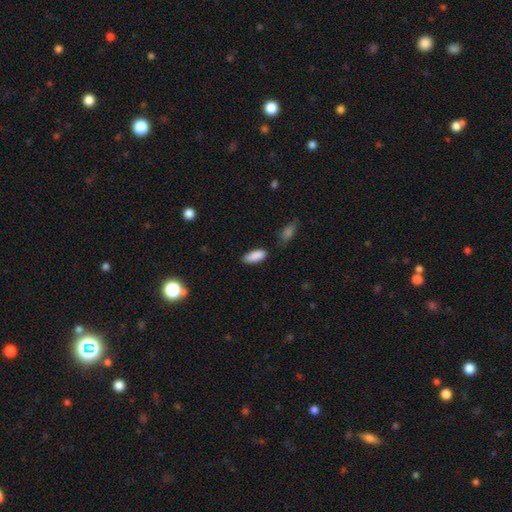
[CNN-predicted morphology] Overall: smooth (89%). How rounded: in between (83%). Merging: none (79%).